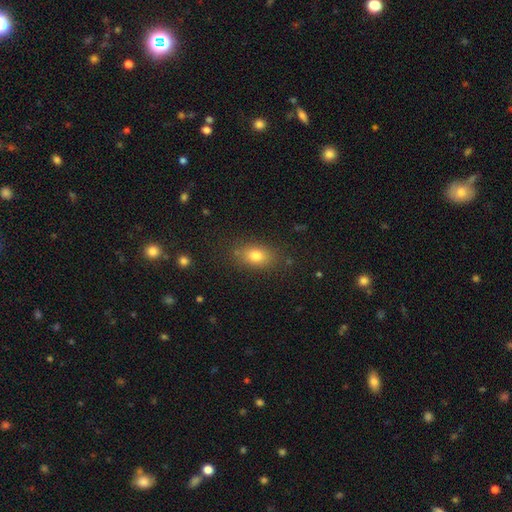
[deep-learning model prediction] Morphology: type=smooth (79%); roundness=in between (80%); merging=none (81%).